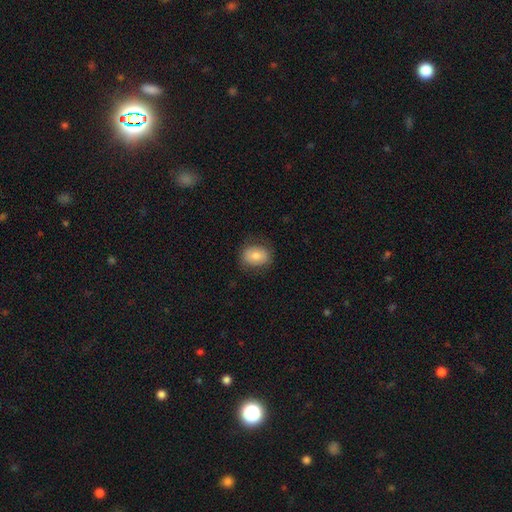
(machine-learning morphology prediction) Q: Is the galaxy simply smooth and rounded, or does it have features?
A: smooth — 77%.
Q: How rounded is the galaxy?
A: in between — 56%.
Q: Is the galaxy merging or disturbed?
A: none — 79%.